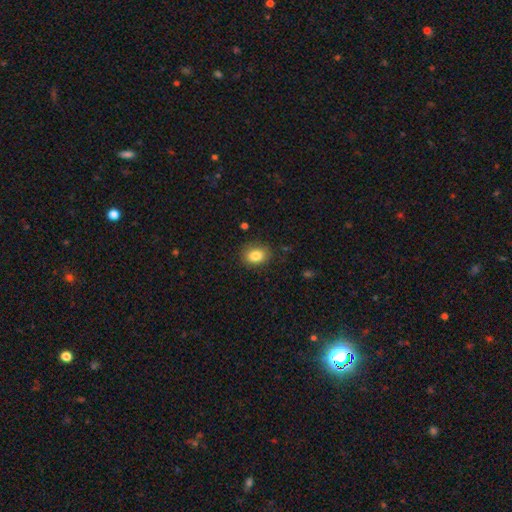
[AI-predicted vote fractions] A smooth galaxy with no disk features (84%) that is in between round and cigar-shaped (61%). Merging: none (85%).